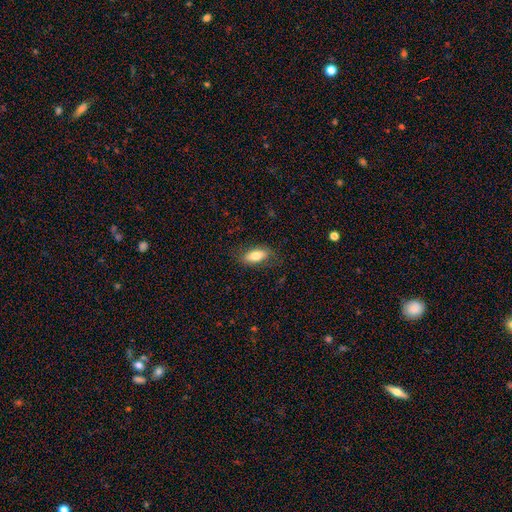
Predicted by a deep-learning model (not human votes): smooth 76%, featured or disk 17%, star or artifact 7%. Down the decision tree: how rounded — in between (86%); merging — none (77%).